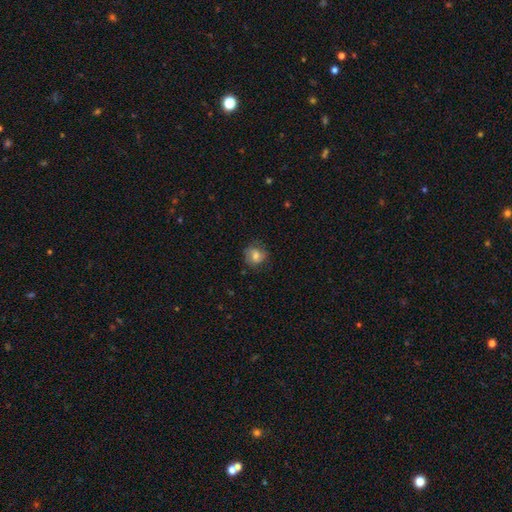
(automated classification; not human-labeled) Overall: smooth (62%; featured or disk 29%). How rounded: round (74%). Merging: none (72%).